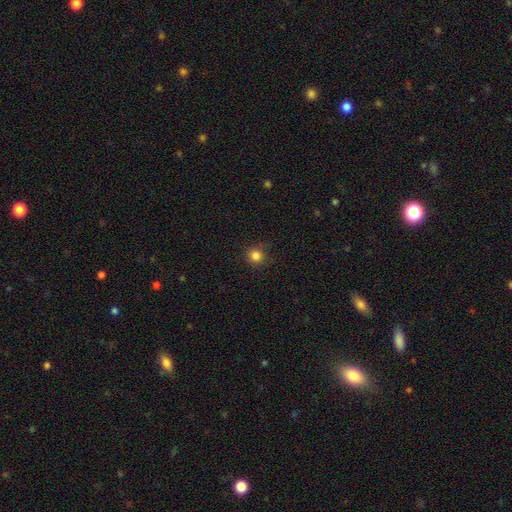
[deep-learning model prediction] Morphology: type=smooth (84%); roundness=round (93%); merging=none (85%).